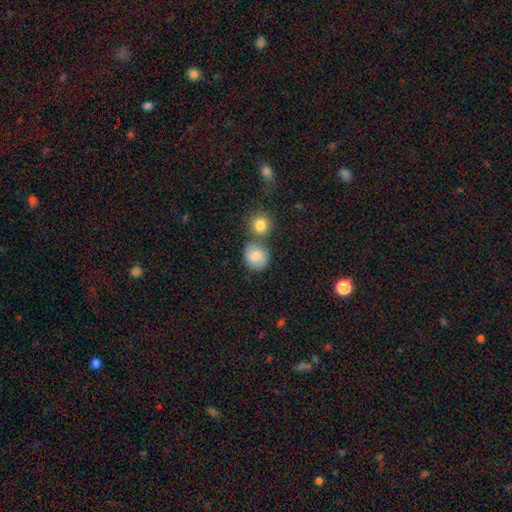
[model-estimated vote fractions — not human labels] smooth 83%, featured or disk 9%, star or artifact 8%. Down the decision tree: how rounded — round (80%); merging — none (59%).